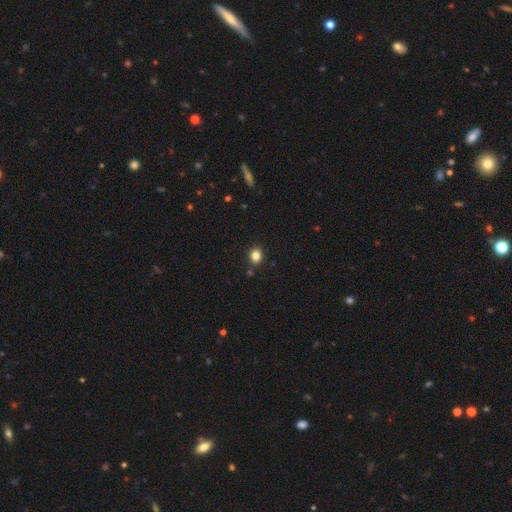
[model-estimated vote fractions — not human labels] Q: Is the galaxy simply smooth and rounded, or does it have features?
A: smooth — 83%.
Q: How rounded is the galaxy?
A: round — 61%.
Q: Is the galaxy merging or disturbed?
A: none — 85%.